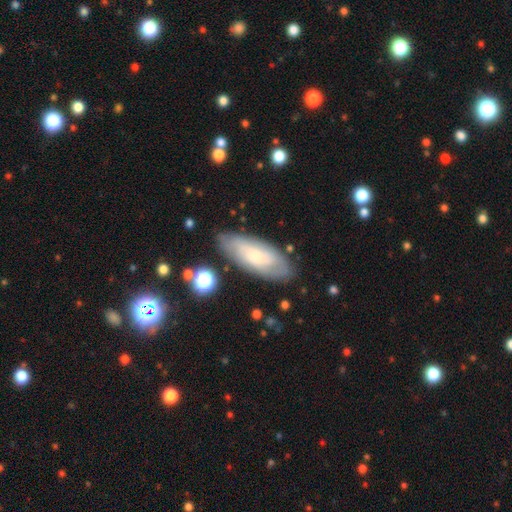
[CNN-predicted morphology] A smooth galaxy with no disk features (49%). Merging: none (78%).